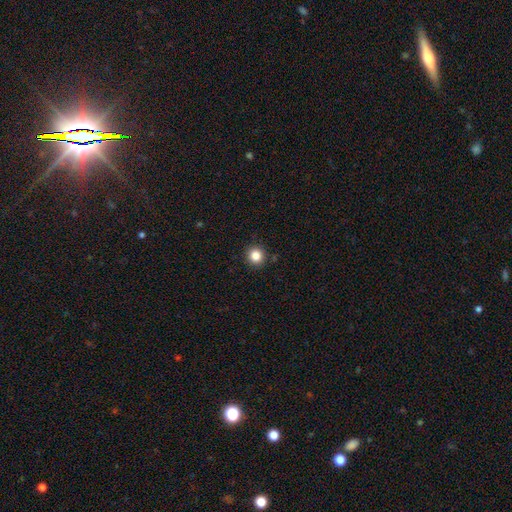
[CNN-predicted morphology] This appears to be a smooth galaxy with no disk features (84%) that is round (92%). Merging: none (91%).